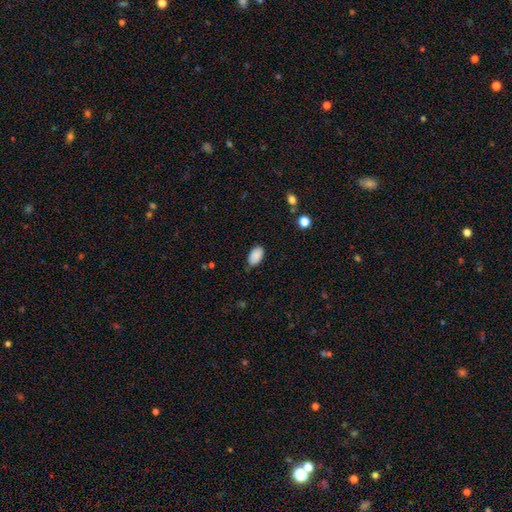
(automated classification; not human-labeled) smooth 89%, star or artifact 7%, featured or disk 4%. Down the decision tree: how rounded — in between (94%); merging — none (73%).